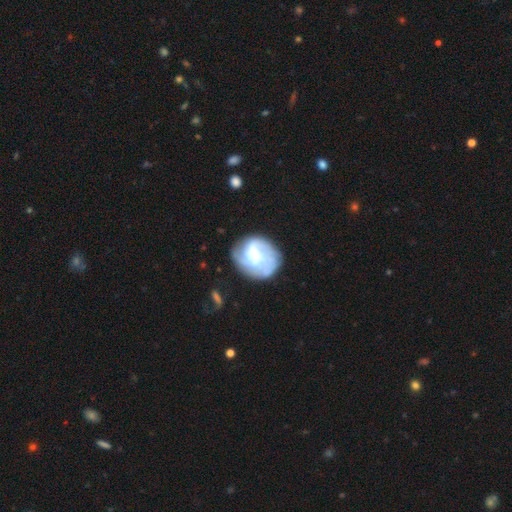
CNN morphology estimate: Smooth or featured?
  - featured or disk: 55% *
  - smooth: 37%
  - star or artifact: 7%
Edge-on disk?
  - no: 98% *
  - yes: 2%
Bar?
  - no: 45% *
  - weak: 37%
  - strong: 17%
Spiral arms?
  - yes: 65% *
  - no: 35%
Bulge size?
  - none: 34% *
  - moderate: 26%
  - small: 22%
  - large: 15%
  - dominant: 3%
Merging?
  - none: 56% *
  - minor disturbance: 24%
  - major disturbance: 16%
  - merger: 4%